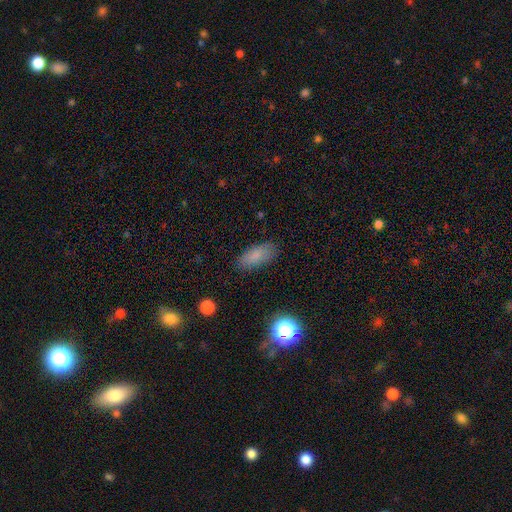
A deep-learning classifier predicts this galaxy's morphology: Smooth or featured? smooth (81%)
How rounded? in between (84%)
Merging? none (84%)